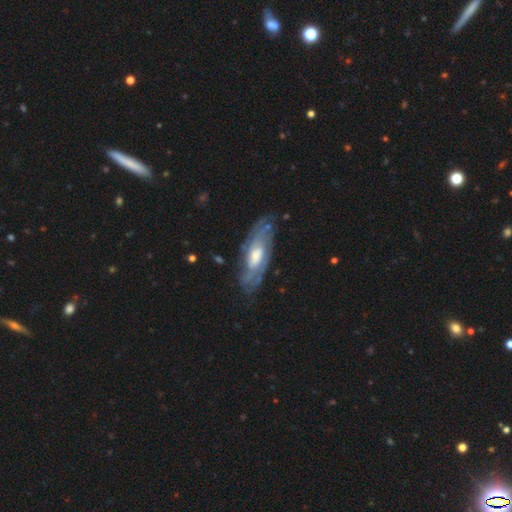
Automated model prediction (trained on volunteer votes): Q: Smooth or featured?
A: featured or disk (80%); runner-up: smooth (15%)
Q: Edge-on disk?
A: no (84%); runner-up: yes (16%)
Q: Bar?
A: no (57%); runner-up: weak (35%)
Q: Spiral arms?
A: yes (89%); runner-up: no (11%)
Q: Spiral winding?
A: tight (57%); runner-up: medium (34%)
Q: Spiral arm count?
A: can't tell (50%); runner-up: 2 (25%)
Q: Bulge size?
A: moderate (58%); runner-up: large (20%)
Q: Merging?
A: none (74%); runner-up: minor disturbance (18%)